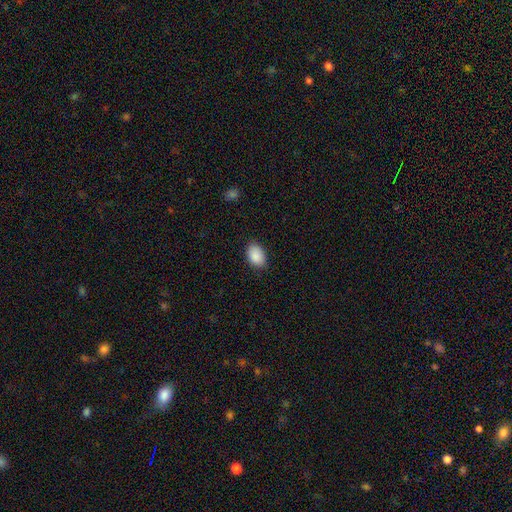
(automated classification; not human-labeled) smooth_or_featured: smooth (p=0.90) [alt: star or artifact p=0.07]
how_rounded: in between (p=0.87) [alt: round p=0.12]
merging: none (p=0.83) [alt: minor disturbance p=0.14]